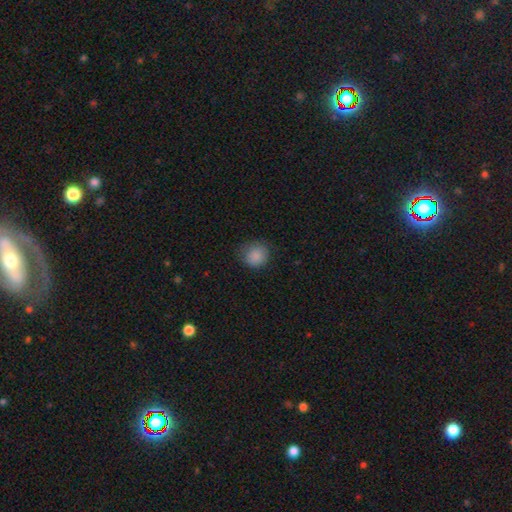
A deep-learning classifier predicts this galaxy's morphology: A smooth galaxy with no disk features (87%) that is round (87%).

Vote fractions:
- Smooth or featured? smooth: 87% / star or artifact: 9% / featured or disk: 4%
- How rounded? round: 87% / in between: 13% / cigar-shaped: 1%
- Merging? none: 78% / minor disturbance: 17% / major disturbance: 4% / merger: 1%